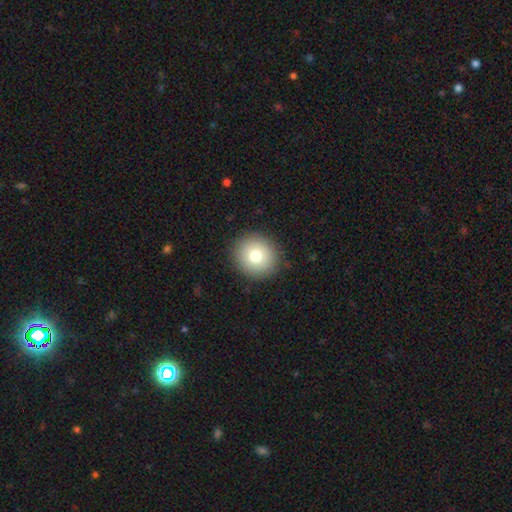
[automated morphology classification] A smooth galaxy with no disk features (77%) that is round (89%).

Vote fractions:
- Smooth or featured? smooth: 77% / featured or disk: 13% / star or artifact: 10%
- How rounded? round: 89% / in between: 10% / cigar-shaped: 1%
- Merging? none: 90% / minor disturbance: 7% / major disturbance: 2% / merger: 1%